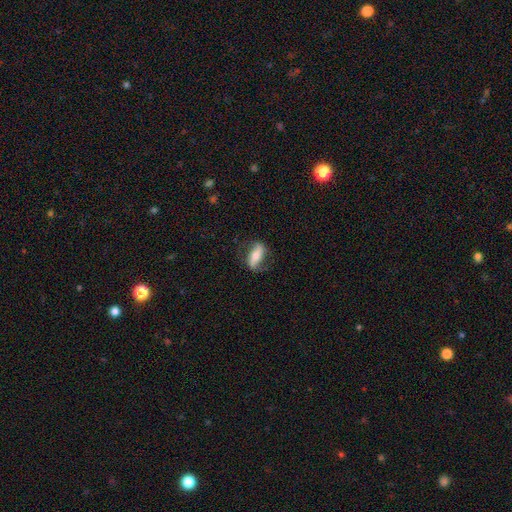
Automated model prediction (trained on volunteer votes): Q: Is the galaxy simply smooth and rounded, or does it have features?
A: featured or disk — 54%.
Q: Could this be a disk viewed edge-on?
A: no — 78%.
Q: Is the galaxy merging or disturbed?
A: none — 71%.